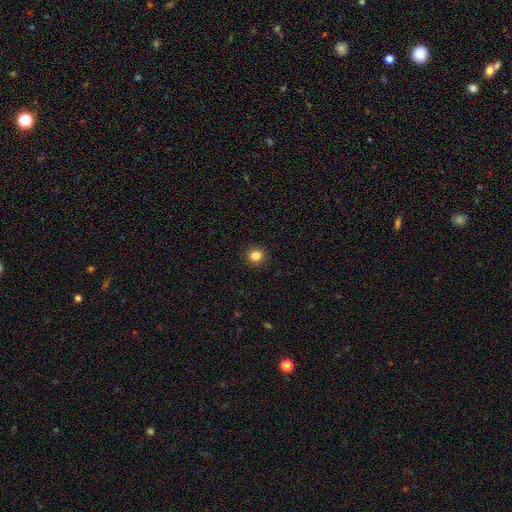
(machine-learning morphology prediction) smooth-or-featured: smooth: 84% | star or artifact: 12% | featured or disk: 4%
  how-rounded: round: 90% | in between: 9% | cigar-shaped: 1%
  merging: none: 92% | minor disturbance: 5% | major disturbance: 2% | merger: 1%